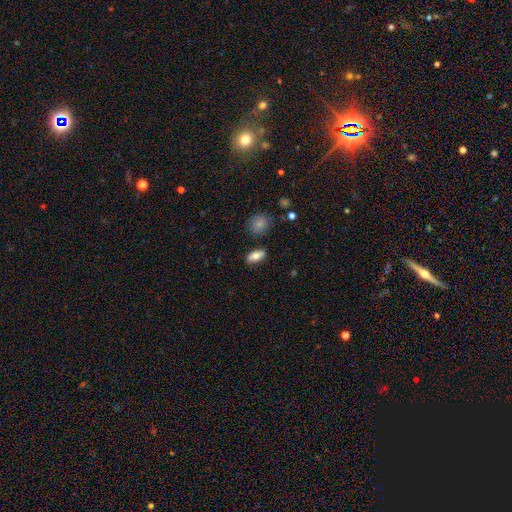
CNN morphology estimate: smooth 74%, featured or disk 18%, star or artifact 8%. Down the decision tree: how rounded — in between (86%); merging — none (82%).